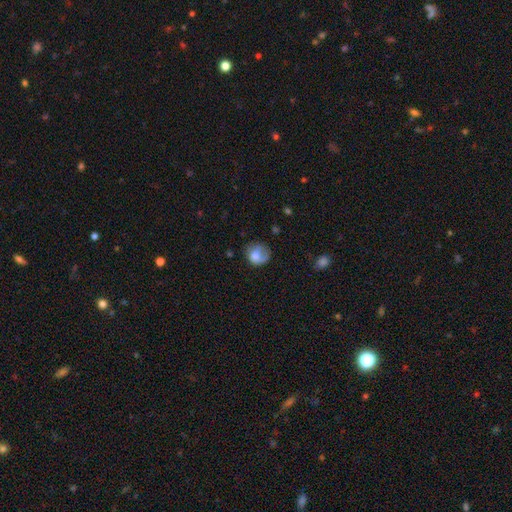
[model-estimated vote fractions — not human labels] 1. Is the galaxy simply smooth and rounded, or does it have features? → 67% smooth, 24% featured or disk, 9% star or artifact.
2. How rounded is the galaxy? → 73% round, 27% in between, 1% cigar-shaped.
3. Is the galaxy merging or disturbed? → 46% none, 29% minor disturbance, 22% major disturbance, 3% merger.